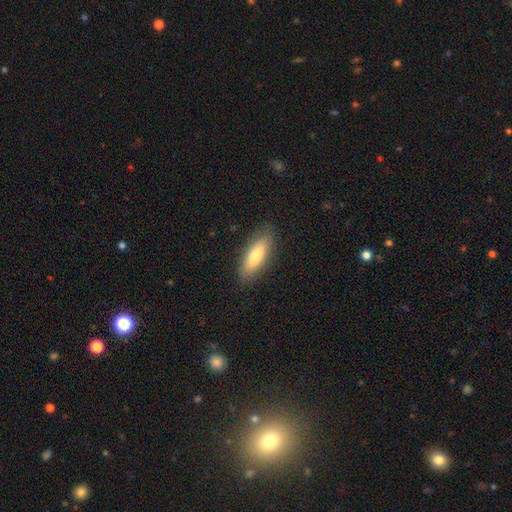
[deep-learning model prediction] The model was most divided on "how rounded": in between: 59%, cigar-shaped: 39%, round: 2%. More confident: merging — none (86%); smooth or featured — smooth (75%).